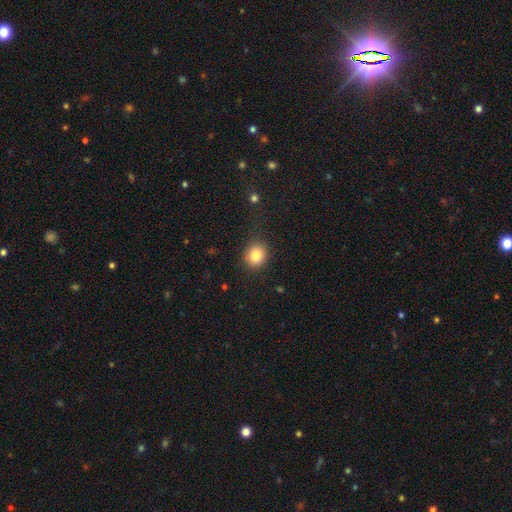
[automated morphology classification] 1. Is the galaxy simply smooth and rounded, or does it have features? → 83% smooth, 10% star or artifact, 7% featured or disk.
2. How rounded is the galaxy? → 75% round, 24% in between, 1% cigar-shaped.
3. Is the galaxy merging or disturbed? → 85% none, 10% minor disturbance, 3% major disturbance, 1% merger.